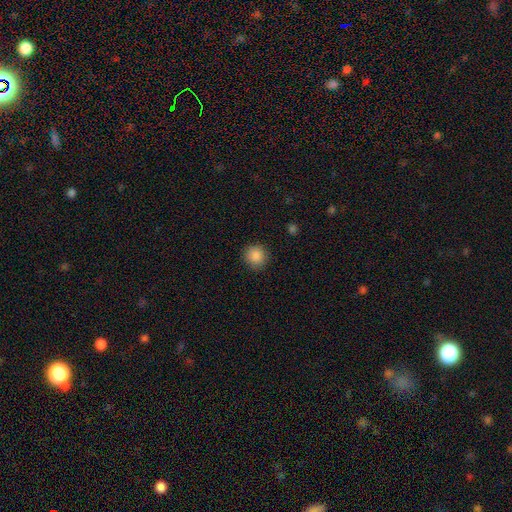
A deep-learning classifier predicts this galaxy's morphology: This is clearly a smooth galaxy (87%). How rounded: clearly round (93%). Merging: clearly none (89%).